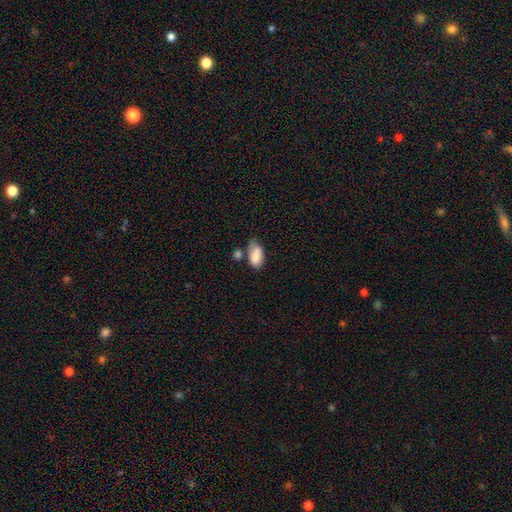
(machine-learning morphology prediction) This is clearly a smooth galaxy (83%). How rounded: clearly in between (93%). Merging: marginally none (38%).